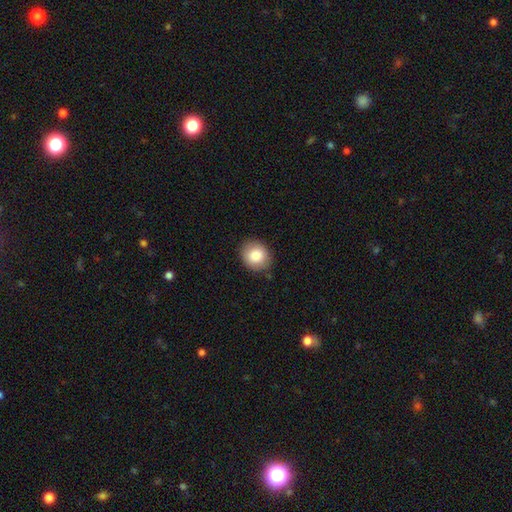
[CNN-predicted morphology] Smooth or featured? Predicted: smooth (p=0.84). How rounded? Predicted: round (p=0.76). Merging? Predicted: none (p=0.86).